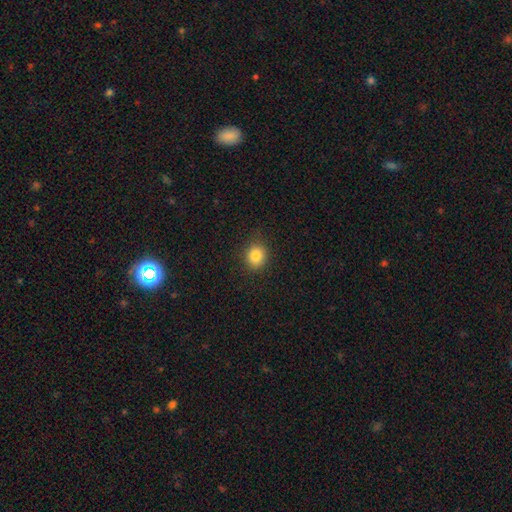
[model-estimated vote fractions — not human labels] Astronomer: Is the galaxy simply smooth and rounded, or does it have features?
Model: smooth — 84%.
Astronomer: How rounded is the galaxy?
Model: round — 69%.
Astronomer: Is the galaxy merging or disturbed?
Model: none — 85%.